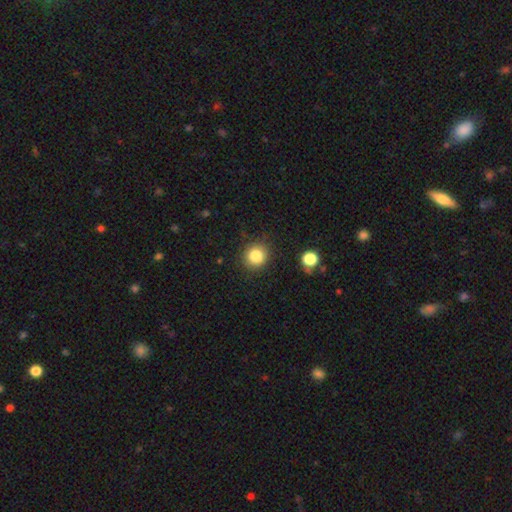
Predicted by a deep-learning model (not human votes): This is clearly a smooth galaxy (84%). How rounded: clearly round (87%). Merging: clearly none (86%).